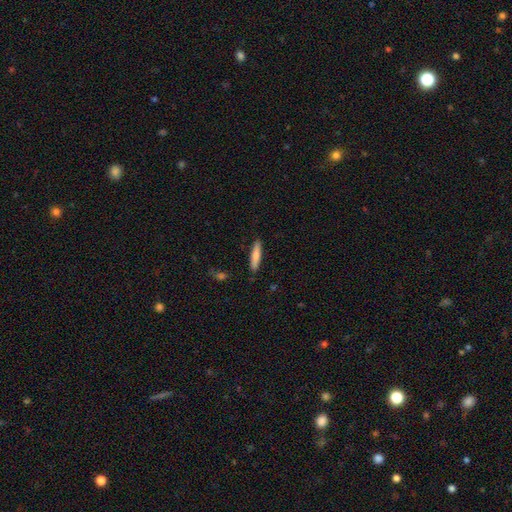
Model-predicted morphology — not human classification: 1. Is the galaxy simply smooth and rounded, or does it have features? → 76% smooth, 18% featured or disk, 6% star or artifact.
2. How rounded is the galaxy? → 88% cigar-shaped, 11% in between, 1% round.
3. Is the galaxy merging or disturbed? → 88% none, 8% minor disturbance, 2% major disturbance, 2% merger.